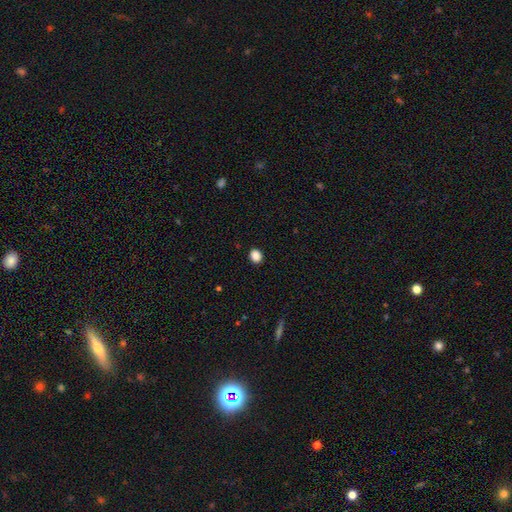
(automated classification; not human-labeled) The model was most divided on "how rounded": round: 60%, in between: 39%, cigar-shaped: 1%. More confident: merging — none (91%); smooth or featured — smooth (87%).